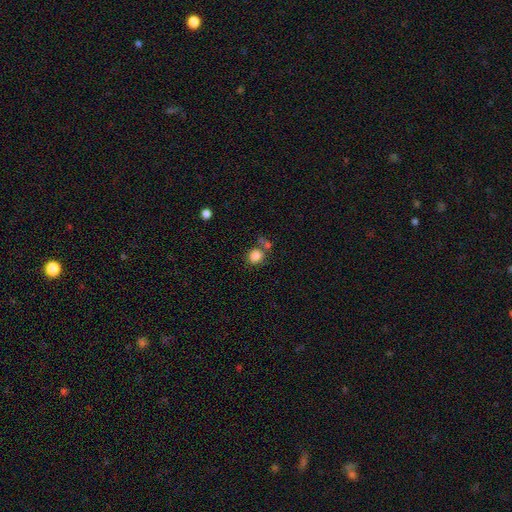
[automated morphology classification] smooth_or_featured: smooth (p=0.85) [alt: star or artifact p=0.10]
how_rounded: round (p=0.79) [alt: in between p=0.20]
merging: none (p=0.64) [alt: merger p=0.19]